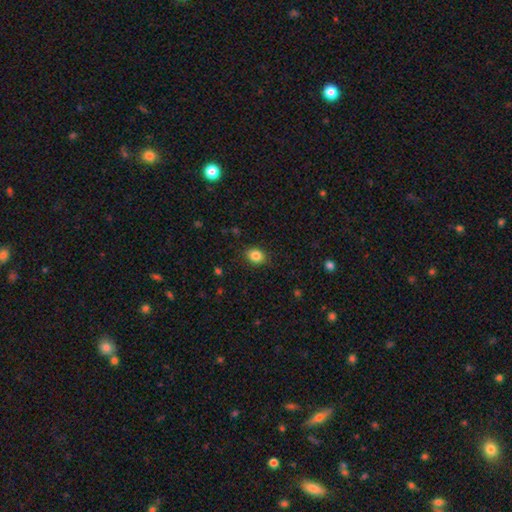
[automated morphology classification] The model was most divided on "how rounded": in between: 53%, round: 46%, cigar-shaped: 1%. More confident: merging — none (87%); smooth or featured — smooth (85%).